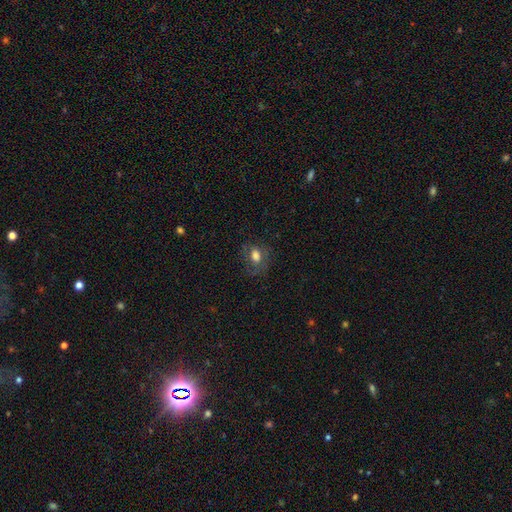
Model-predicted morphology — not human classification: This appears to be a smooth galaxy with no disk features (67%) that is in between round and cigar-shaped (66%). Merging: none (66%).